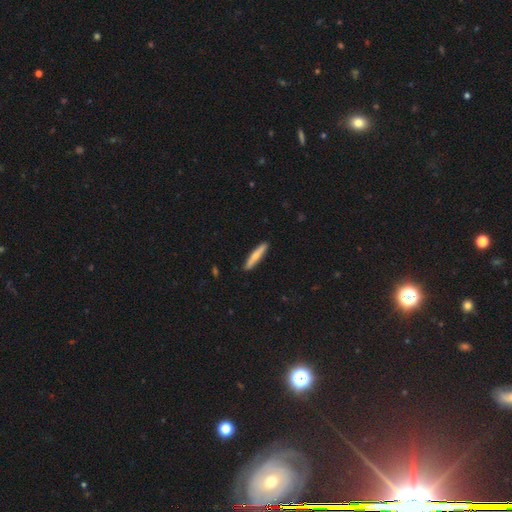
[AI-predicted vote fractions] This is possibly a smooth galaxy (59%). How rounded: clearly cigar-shaped (90%). Merging: clearly none (90%).